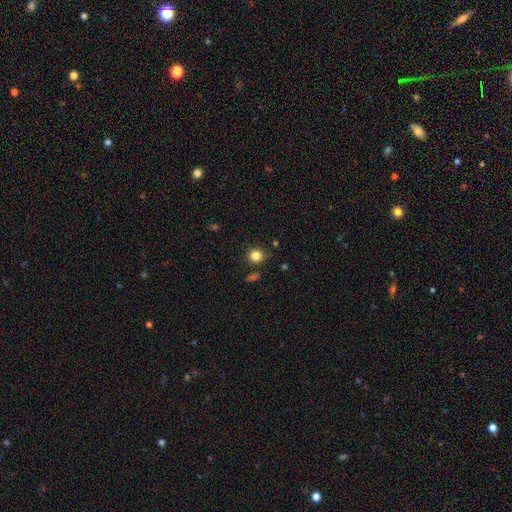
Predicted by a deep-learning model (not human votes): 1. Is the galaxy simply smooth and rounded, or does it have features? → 82% smooth, 12% star or artifact, 5% featured or disk.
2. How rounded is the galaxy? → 89% round, 10% in between, 1% cigar-shaped.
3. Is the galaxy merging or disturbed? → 84% none, 10% minor disturbance, 3% merger, 3% major disturbance.